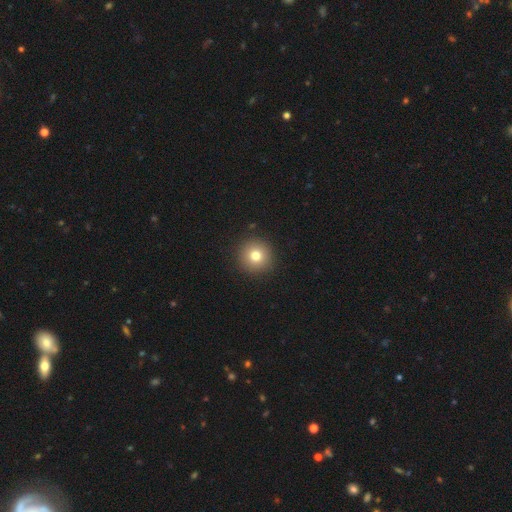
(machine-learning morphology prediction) smooth_or_featured: smooth (p=0.78) [alt: star or artifact p=0.12]
how_rounded: round (p=0.95) [alt: in between p=0.04]
merging: none (p=0.92) [alt: minor disturbance p=0.05]